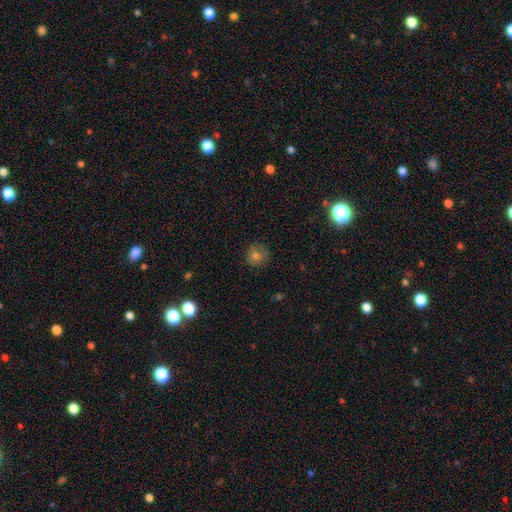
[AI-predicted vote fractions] smooth 69%, star or artifact 18%, featured or disk 14%. Down the decision tree: how rounded — round (92%); merging — none (84%).